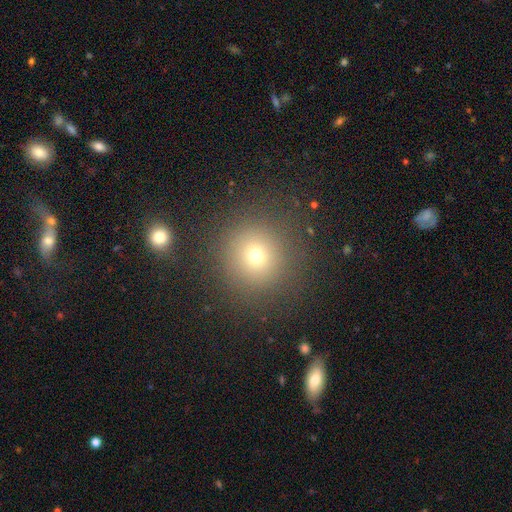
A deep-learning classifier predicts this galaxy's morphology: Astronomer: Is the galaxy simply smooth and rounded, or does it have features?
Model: smooth — 70%.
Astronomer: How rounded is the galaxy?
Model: round — 94%.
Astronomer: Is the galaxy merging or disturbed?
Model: none — 87%.